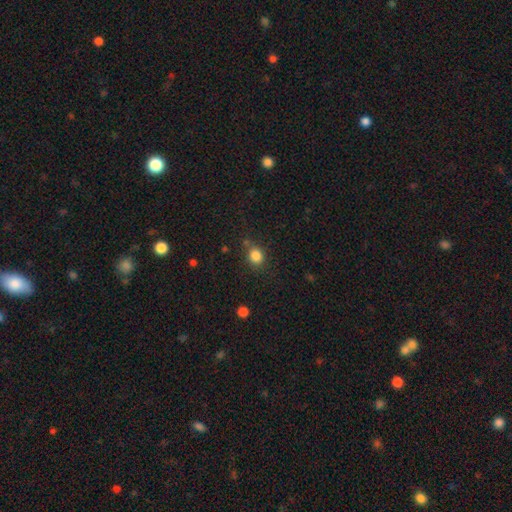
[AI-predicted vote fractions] A smooth galaxy with no disk features (84%) that is round (77%). Merging: none (76%).